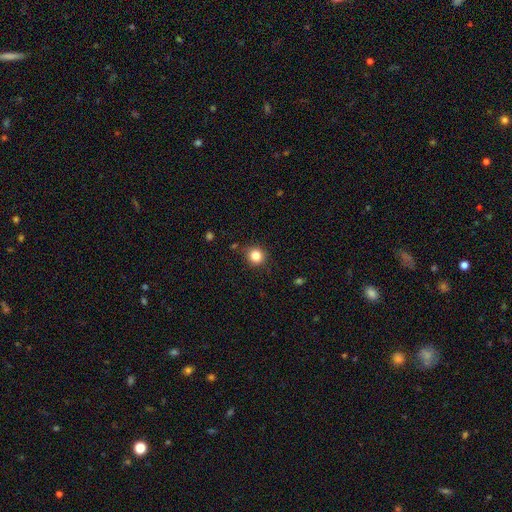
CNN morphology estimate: A smooth galaxy with no disk features (83%) that is round (88%). Merging: none (86%).